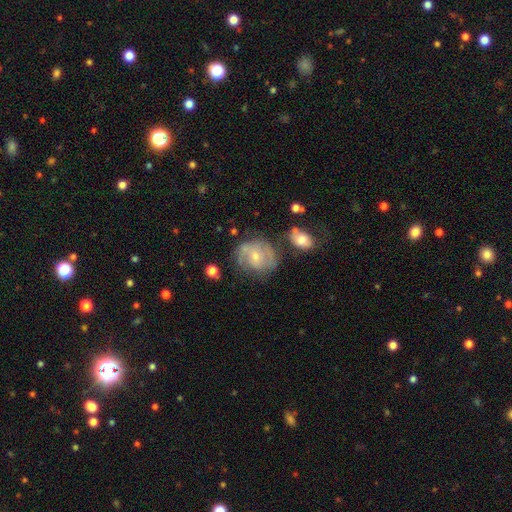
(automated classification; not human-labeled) Overall: featured or disk (61%; smooth 31%). Edge-on disk: no (97%). Bar: no (61%; weak 33%). Spiral arms: yes (75%). Bulge size: small (58%; moderate 35%). Merging: none (58%; minor disturbance 23%).